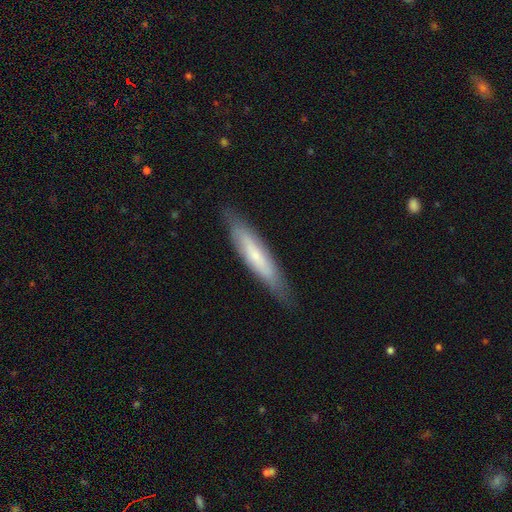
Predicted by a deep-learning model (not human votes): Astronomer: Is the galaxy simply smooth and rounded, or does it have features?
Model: smooth — 52% (runner-up: featured or disk, 42%).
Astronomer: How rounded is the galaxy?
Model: cigar-shaped — 82%.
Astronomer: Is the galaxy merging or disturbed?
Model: none — 82%.